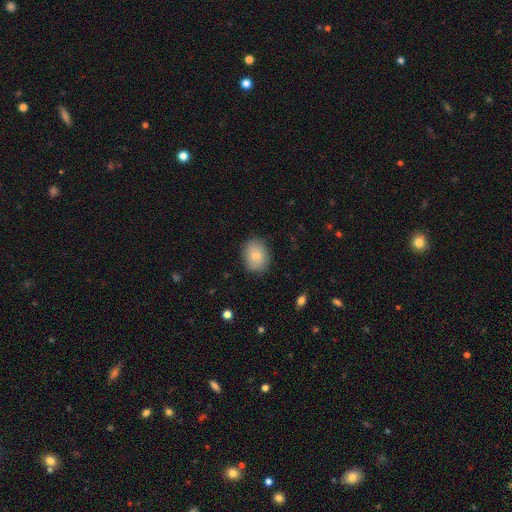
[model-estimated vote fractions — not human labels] A smooth galaxy with no disk features (81%) that is in between round and cigar-shaped (59%).

Vote fractions:
- Smooth or featured? smooth: 81% / featured or disk: 12% / star or artifact: 7%
- How rounded? in between: 59% / round: 40% / cigar-shaped: 1%
- Merging? none: 83% / minor disturbance: 13% / major disturbance: 3% / merger: 1%